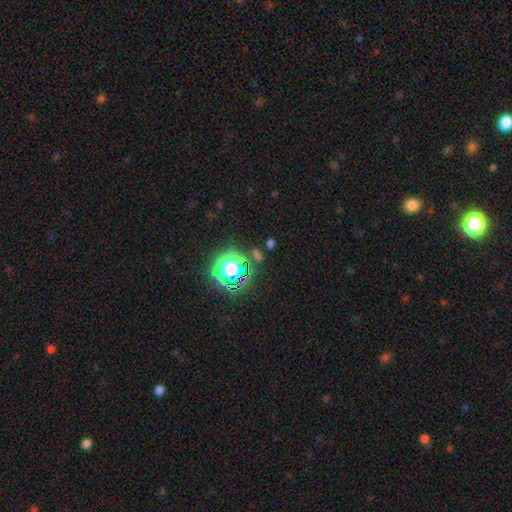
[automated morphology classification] This appears to be a star or artifact, not a galaxy (56%).